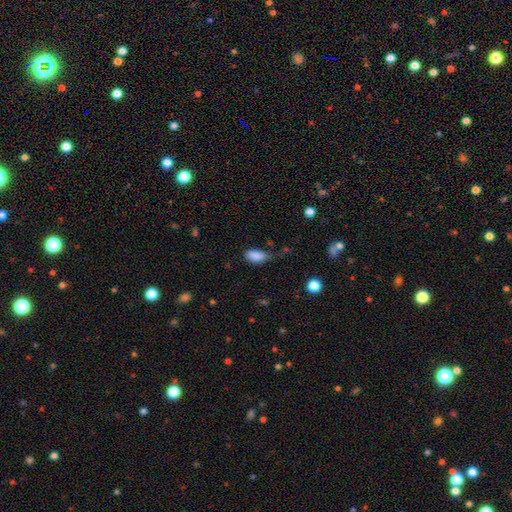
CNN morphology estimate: A smooth galaxy with no disk features (86%) that is in between round and cigar-shaped (92%). Merging: none (50%).